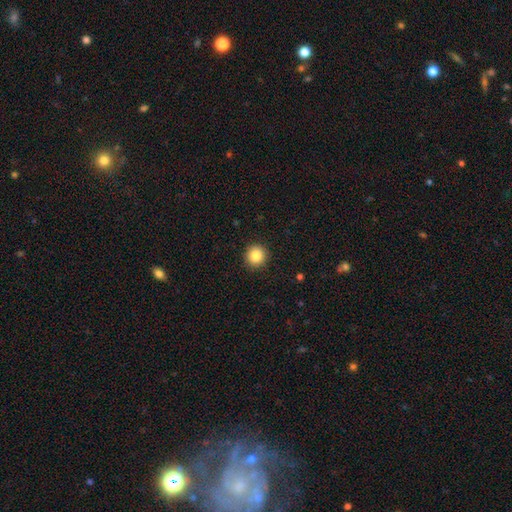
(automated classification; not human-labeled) Q: Smooth or featured?
A: smooth (84%); runner-up: star or artifact (10%)
Q: How rounded?
A: round (94%); runner-up: in between (5%)
Q: Merging?
A: none (92%); runner-up: minor disturbance (5%)